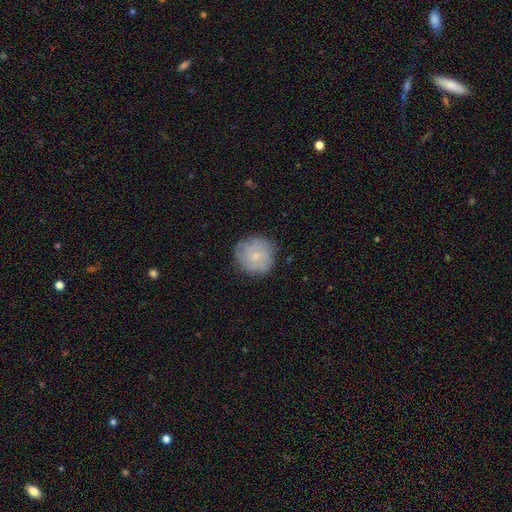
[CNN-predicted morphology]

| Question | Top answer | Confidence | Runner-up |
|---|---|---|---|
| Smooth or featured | smooth | 58% | featured or disk (33%) |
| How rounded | round | 92% | in between (7%) |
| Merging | none | 78% | minor disturbance (16%) |